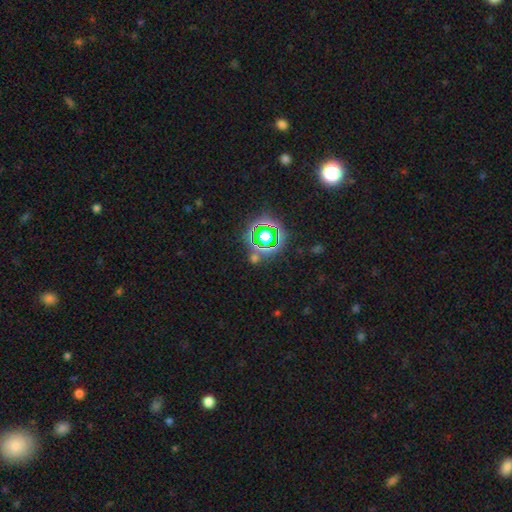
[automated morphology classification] star or artifact 70%, smooth 22%, featured or disk 9%.